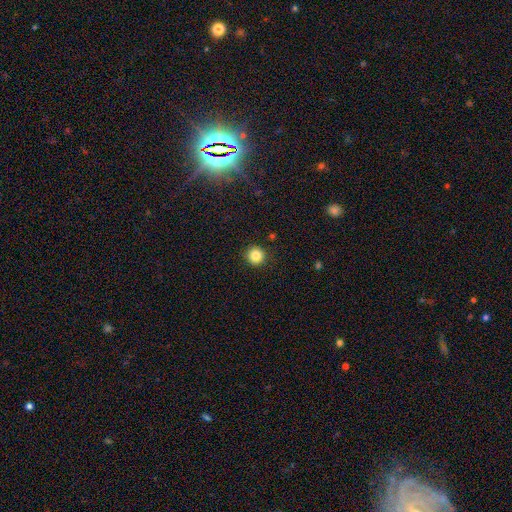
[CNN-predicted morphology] smooth-or-featured: smooth: 85% | star or artifact: 11% | featured or disk: 5%
  how-rounded: round: 95% | in between: 4% | cigar-shaped: 1%
  merging: none: 91% | minor disturbance: 6% | major disturbance: 2% | merger: 1%